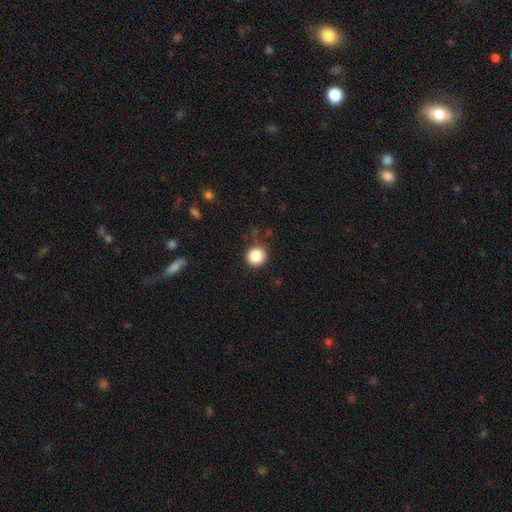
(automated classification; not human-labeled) smooth 87%, star or artifact 10%, featured or disk 4%. Down the decision tree: how rounded — round (92%); merging — none (84%).